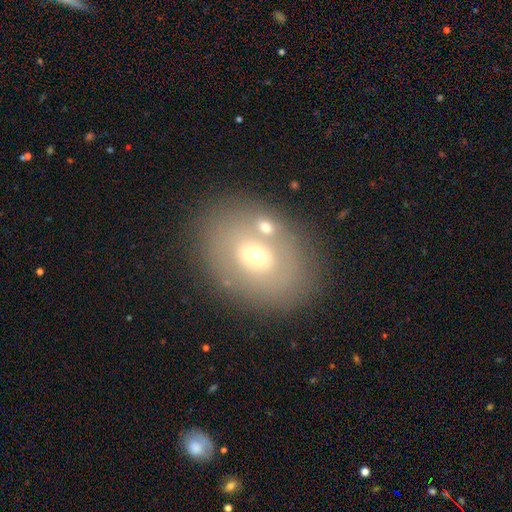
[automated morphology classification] smooth_or_featured: smooth (p=0.54) [alt: featured or disk p=0.33]
how_rounded: in between (p=0.67) [alt: round p=0.32]
merging: none (p=0.71) [alt: minor disturbance p=0.12]